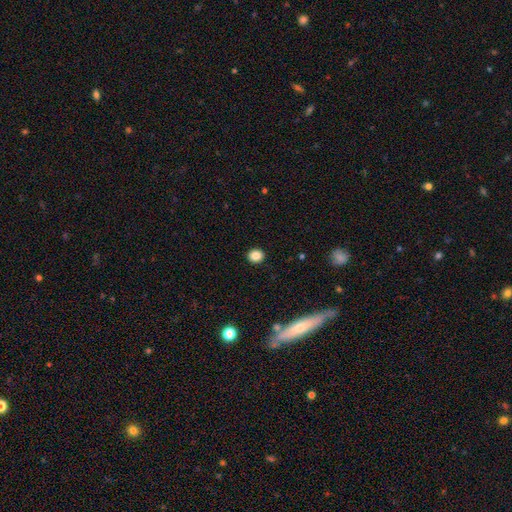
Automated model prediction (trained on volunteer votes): The model was most divided on "how rounded": round: 82%, in between: 17%, cigar-shaped: 1%. More confident: merging — none (92%); smooth or featured — smooth (86%).